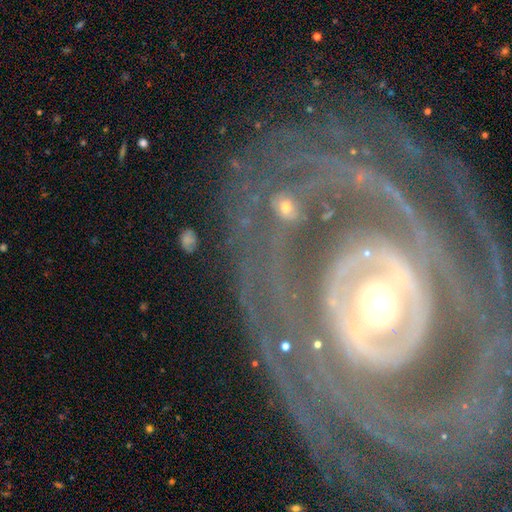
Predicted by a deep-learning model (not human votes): A featured or disk galaxy (88%) with no bar (43%), tight (75%) spiral arms (87%) and a moderate central bulge (60%).

Vote fractions:
- Smooth or featured? featured or disk: 88% / smooth: 6% / star or artifact: 6%
- Edge-on disk? no: 95% / yes: 5%
- Bar? no: 43% / strong: 29% / weak: 28%
- Spiral arms? yes: 87% / no: 13%
- Spiral winding? tight: 75% / medium: 19% / loose: 7%
- Spiral arm count? can't tell: 33% / 2: 22% / 3: 13% / more than 4: 12% / 4: 11% / 1: 9%
- Bulge size? moderate: 60% / small: 25% / large: 12% / dominant: 2% / none: 1%
- Merging? none: 73% / minor disturbance: 14% / major disturbance: 10% / merger: 3%